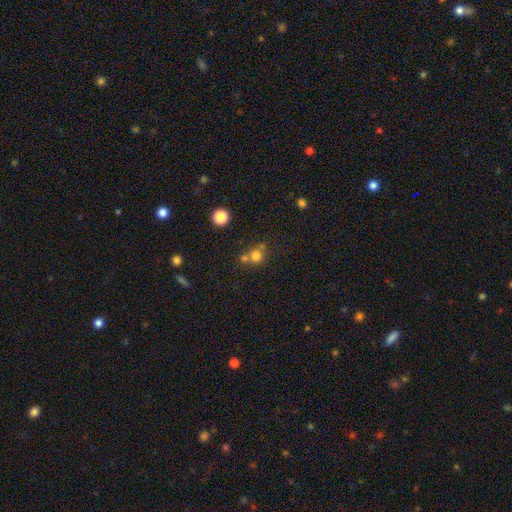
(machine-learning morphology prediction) This is likely a smooth galaxy (74%). How rounded: clearly round (86%). Merging: possibly none (49%).